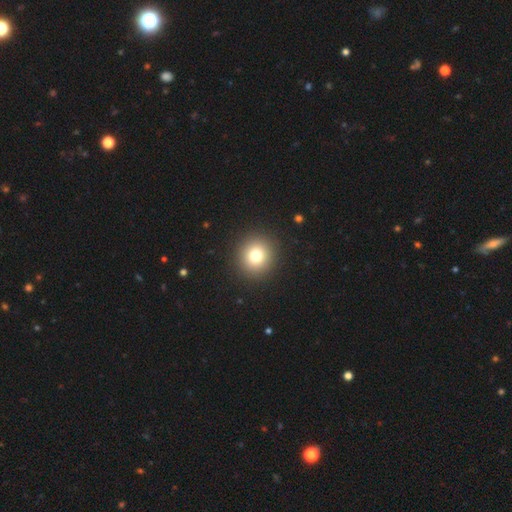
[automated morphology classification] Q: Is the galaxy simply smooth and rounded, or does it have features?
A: smooth — 78%.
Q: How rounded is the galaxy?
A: round — 91%.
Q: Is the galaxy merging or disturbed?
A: none — 92%.